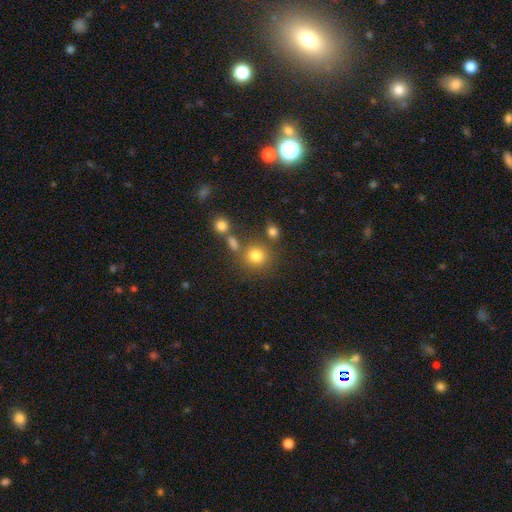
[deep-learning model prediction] This is likely a smooth galaxy (78%). How rounded: clearly round (87%). Merging: likely none (70%).